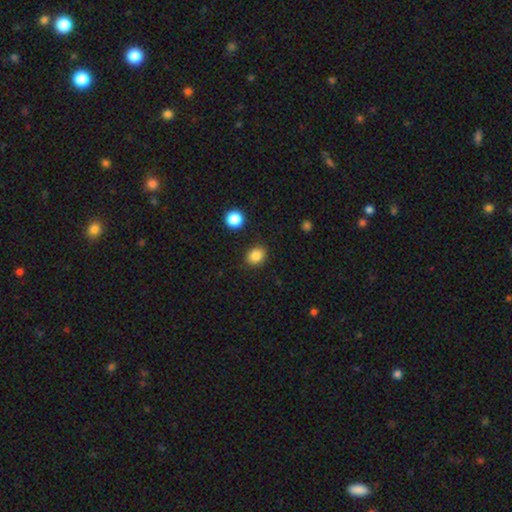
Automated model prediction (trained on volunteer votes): Smooth or featured? smooth (85%)
How rounded? round (62%)
Merging? none (86%)